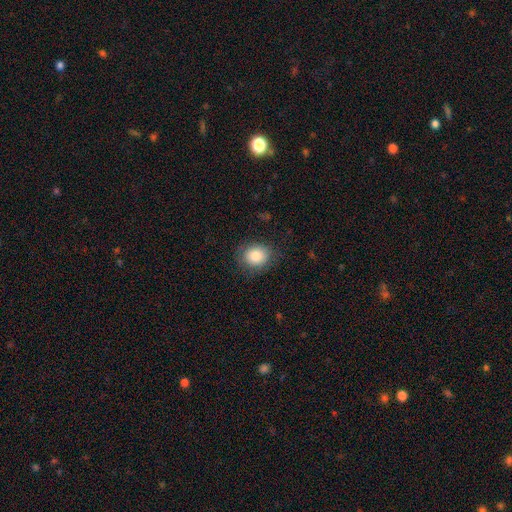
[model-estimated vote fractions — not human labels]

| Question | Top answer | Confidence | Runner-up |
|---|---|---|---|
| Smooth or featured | smooth | 84% | star or artifact (9%) |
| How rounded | round | 63% | in between (36%) |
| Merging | none | 81% | minor disturbance (14%) |